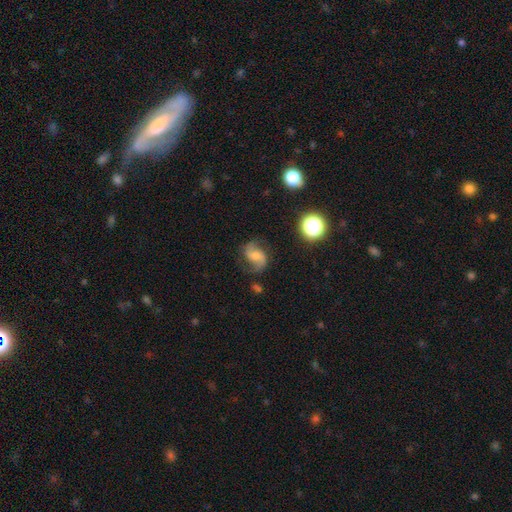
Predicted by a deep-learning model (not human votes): smooth_or_featured: featured or disk (p=0.75) [alt: smooth p=0.15]
disk_edge_on: no (p=0.98) [alt: yes p=0.02]
bar: no (p=0.46) [alt: weak p=0.41]
has_spiral_arms: yes (p=0.95) [alt: no p=0.05]
spiral_winding: loose (p=0.46) [alt: medium p=0.43]
spiral_arm_count: 2 (p=0.89) [alt: 1 p=0.04]
bulge_size: moderate (p=0.40) [alt: small p=0.35]
merging: none (p=0.68) [alt: minor disturbance p=0.19]